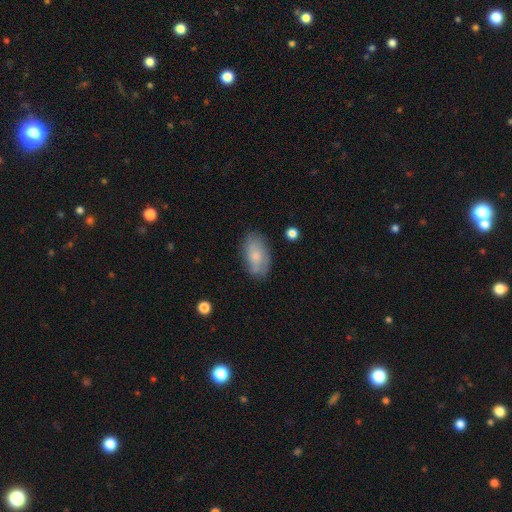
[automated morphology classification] This is likely a smooth galaxy (71%). How rounded: clearly in between (92%). Merging: likely none (72%).